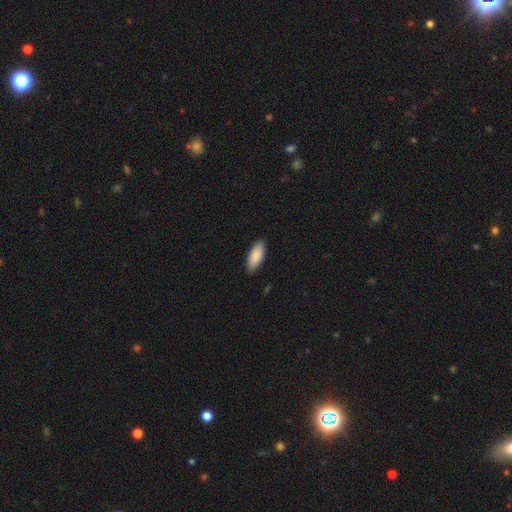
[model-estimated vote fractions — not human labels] This is clearly a smooth galaxy (90%). How rounded: clearly in between (81%). Merging: clearly none (89%).